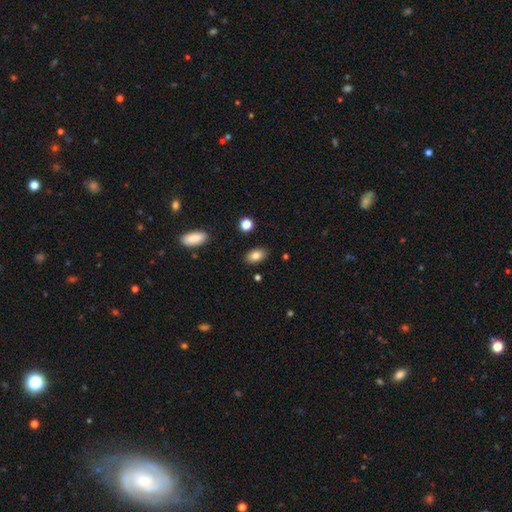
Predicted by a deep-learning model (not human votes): Smooth or featured?
  - smooth: 82% *
  - featured or disk: 9%
  - star or artifact: 9%
How rounded?
  - in between: 89% *
  - round: 9%
  - cigar-shaped: 2%
Merging?
  - none: 87% *
  - minor disturbance: 9%
  - major disturbance: 2%
  - merger: 2%